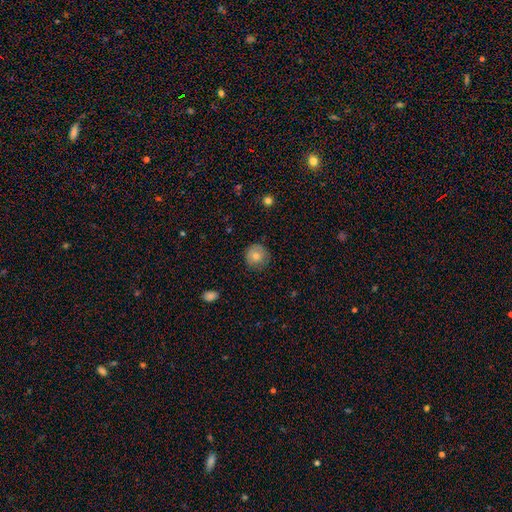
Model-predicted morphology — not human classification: A smooth galaxy with no disk features (77%) that is round (93%).

Vote fractions:
- Smooth or featured? smooth: 77% / featured or disk: 14% / star or artifact: 9%
- How rounded? round: 93% / in between: 6% / cigar-shaped: 1%
- Merging? none: 82% / minor disturbance: 14% / major disturbance: 3% / merger: 1%